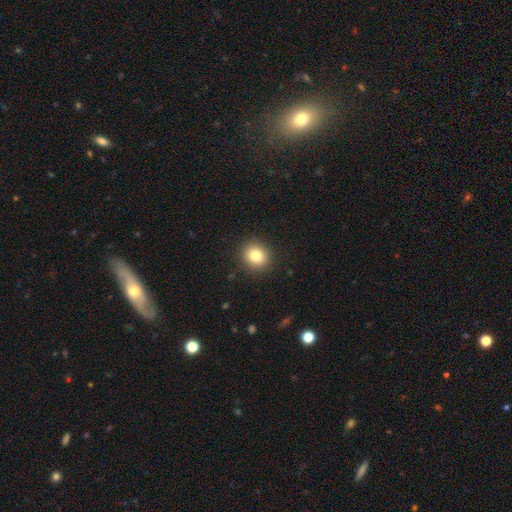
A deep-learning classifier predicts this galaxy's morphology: This is clearly a smooth galaxy (82%). How rounded: clearly round (83%). Merging: clearly none (91%).